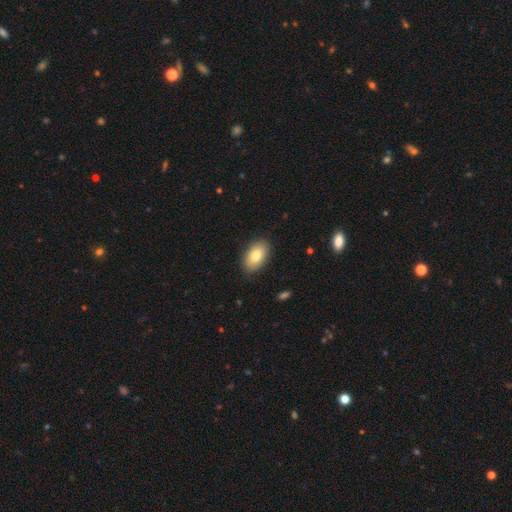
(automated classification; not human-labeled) Smooth or featured? Predicted: smooth (p=0.81). How rounded? Predicted: in between (p=0.93). Merging? Predicted: none (p=0.86).